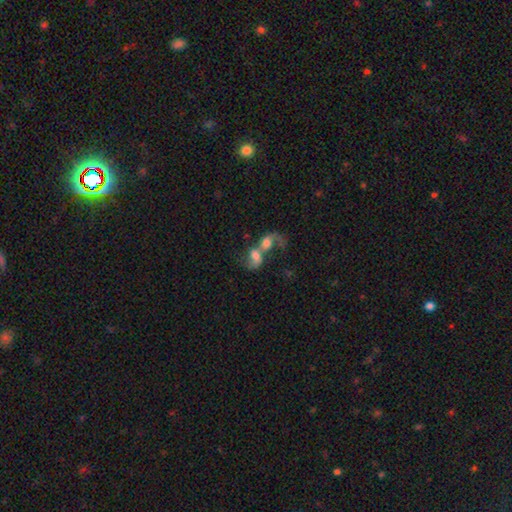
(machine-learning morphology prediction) Smooth or featured?
  - smooth: 46% *
  - featured or disk: 44%
  - star or artifact: 10%
Merging?
  - merger: 82% *
  - major disturbance: 9%
  - none: 6%
  - minor disturbance: 3%